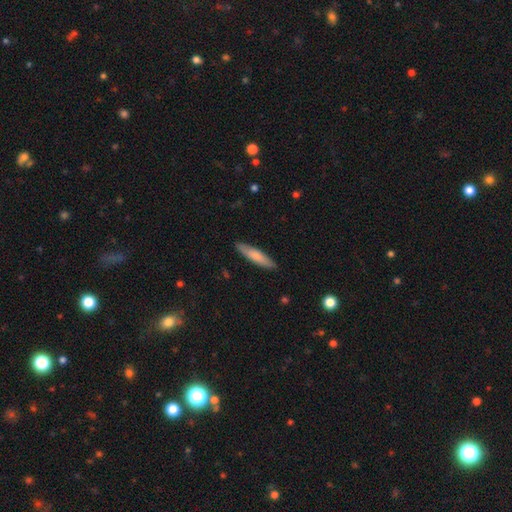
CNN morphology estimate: Smooth or featured? smooth (73%)
How rounded? cigar-shaped (83%)
Merging? none (89%)